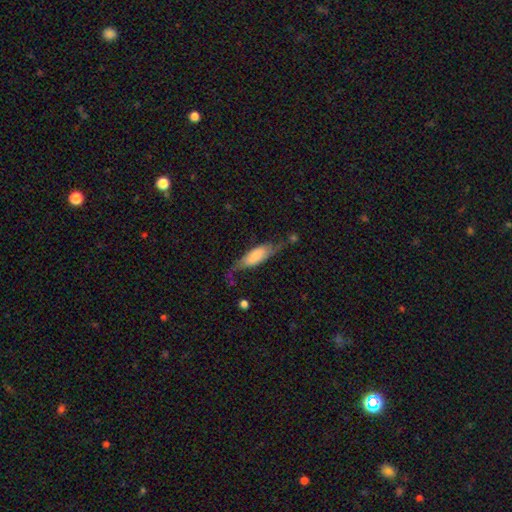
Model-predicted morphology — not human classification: type=featured or disk (47%); merging=none (48%).